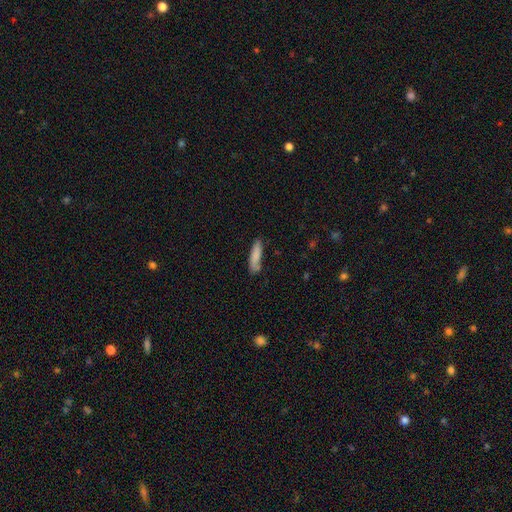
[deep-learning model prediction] Morphology: type=smooth (83%); roundness=cigar-shaped (70%); merging=none (74%).